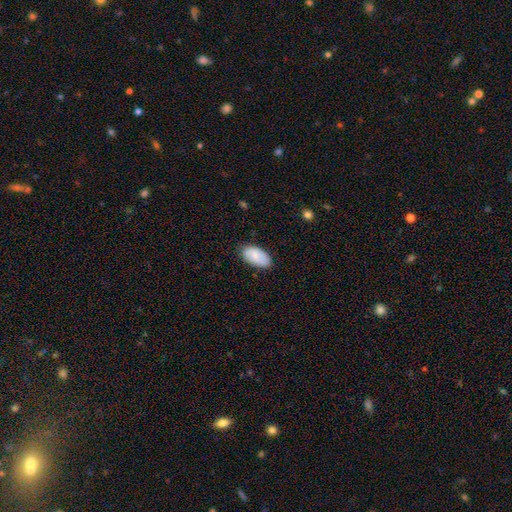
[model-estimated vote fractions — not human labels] A smooth galaxy with no disk features (80%) that is in between round and cigar-shaped (95%). Merging: none (81%).